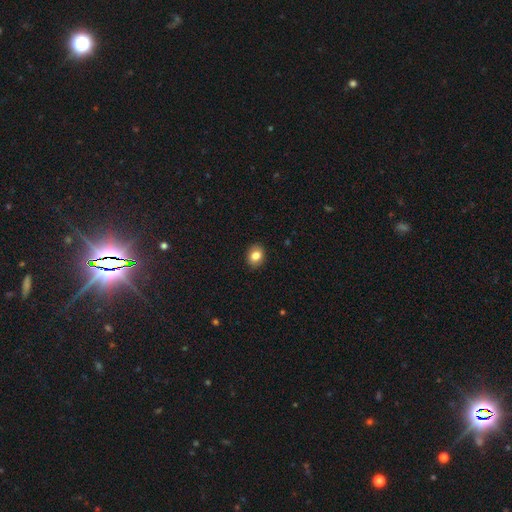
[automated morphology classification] smooth-or-featured: smooth: 84% | star or artifact: 9% | featured or disk: 7%
  how-rounded: in between: 50% | round: 49% | cigar-shaped: 1%
  merging: none: 90% | minor disturbance: 8% | major disturbance: 2% | merger: 1%